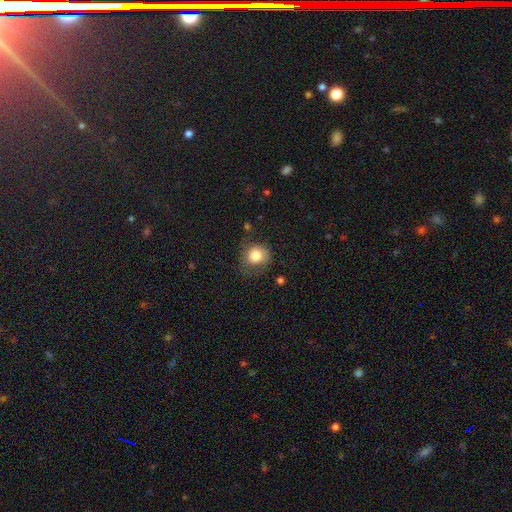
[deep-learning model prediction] Smooth or featured? Predicted: smooth (p=0.79). How rounded? Predicted: round (p=0.79). Merging? Predicted: none (p=0.54).